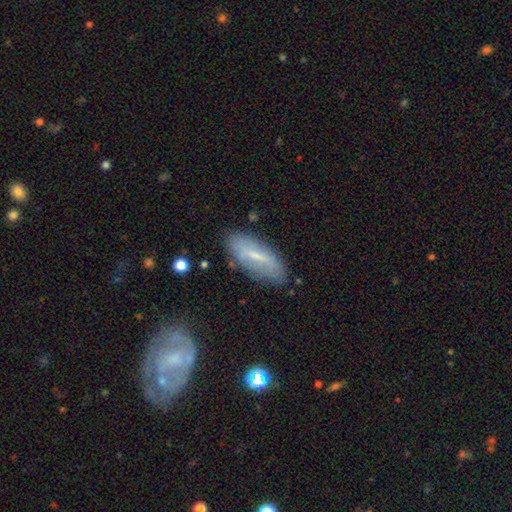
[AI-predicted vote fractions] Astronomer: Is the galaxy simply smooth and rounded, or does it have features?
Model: smooth — 50% (runner-up: featured or disk, 43%).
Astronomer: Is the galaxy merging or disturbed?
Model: none — 78%.